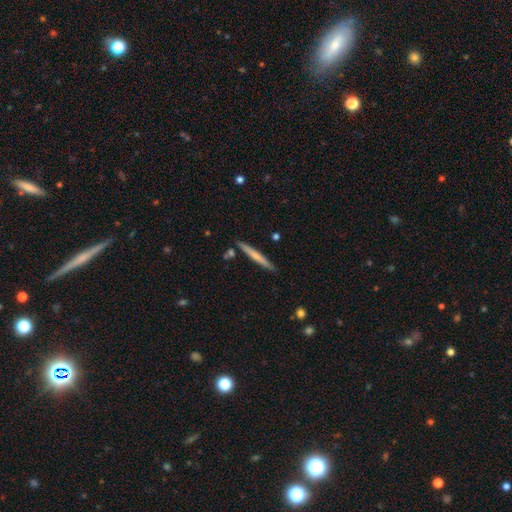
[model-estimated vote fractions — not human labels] Q: Smooth or featured?
A: smooth (51%); runner-up: featured or disk (43%)
Q: How rounded?
A: cigar-shaped (96%); runner-up: in between (3%)
Q: Merging?
A: none (87%); runner-up: minor disturbance (8%)